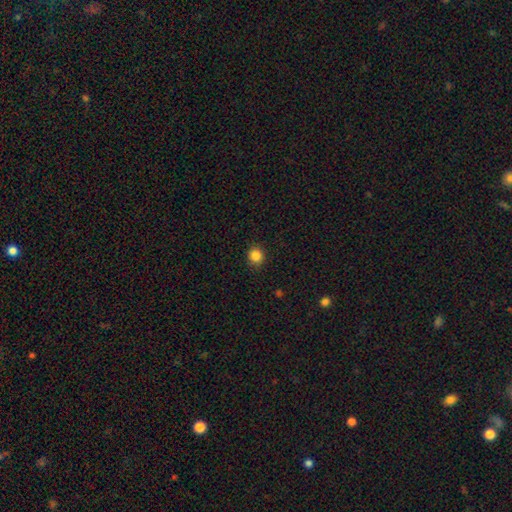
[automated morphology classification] This is clearly a smooth galaxy (85%). How rounded: clearly round (84%). Merging: clearly none (88%).